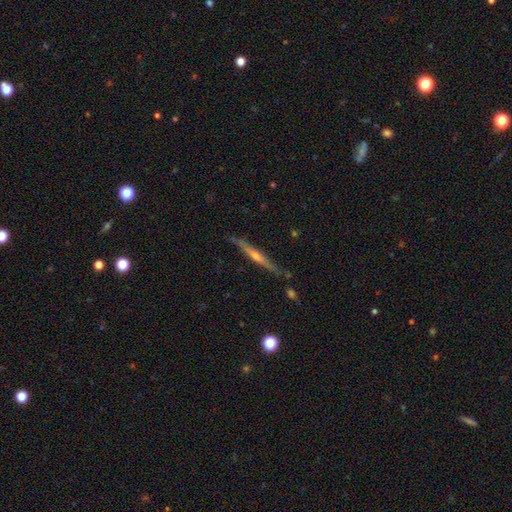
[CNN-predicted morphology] featured or disk 75%, smooth 19%, star or artifact 6%. Down the decision tree: edge-on disk — yes (97%); edge-on bulge — rounded (77%); merging — none (84%).